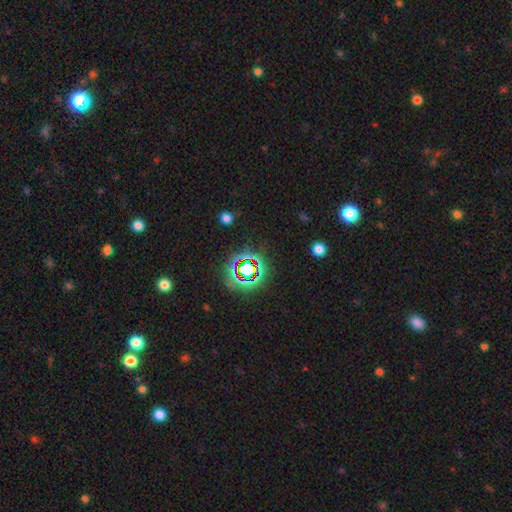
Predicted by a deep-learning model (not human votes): This appears to be a star or artifact, not a galaxy (71%).